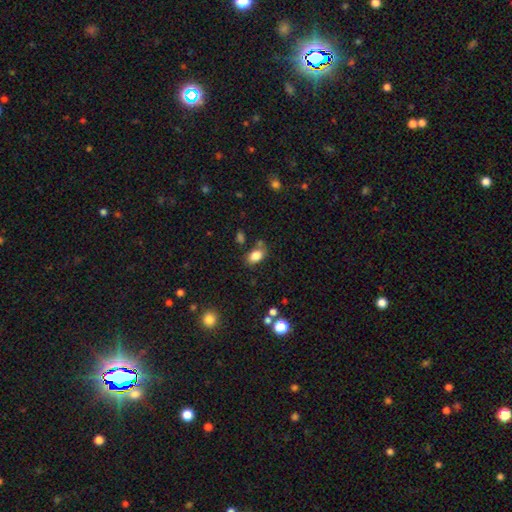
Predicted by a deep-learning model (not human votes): smooth 83%, star or artifact 10%, featured or disk 7%. Down the decision tree: how rounded — in between (85%); merging — none (71%).